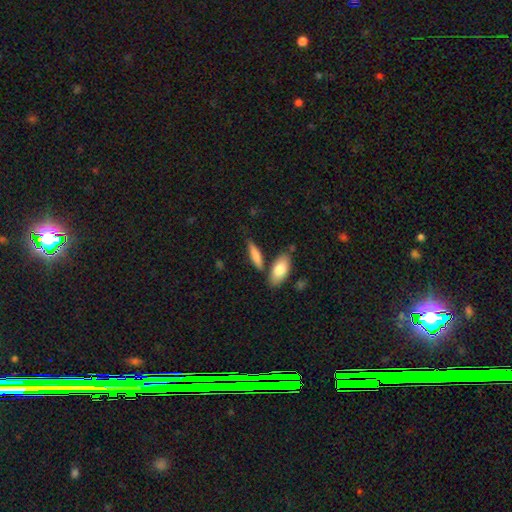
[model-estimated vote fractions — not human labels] This is likely a smooth galaxy (78%). How rounded: possibly cigar-shaped (55%). Merging: likely none (68%).